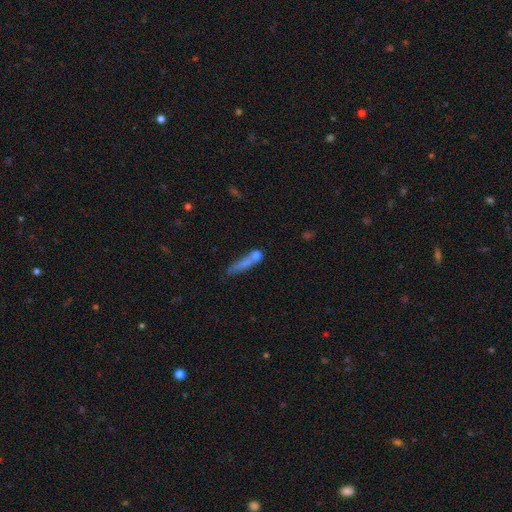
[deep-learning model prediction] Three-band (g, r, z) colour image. It shows a smooth galaxy with no disk features (55%) that is cigar-shaped (74%). Merging: none (62%).